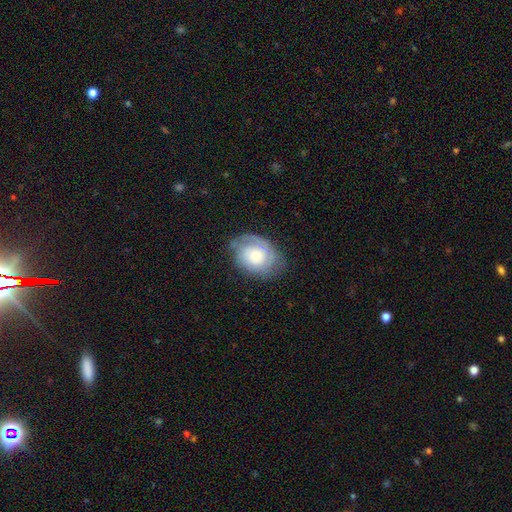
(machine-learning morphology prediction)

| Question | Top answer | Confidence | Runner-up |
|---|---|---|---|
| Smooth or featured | featured or disk | 48% | smooth (45%) |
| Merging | none | 62% | minor disturbance (26%) |